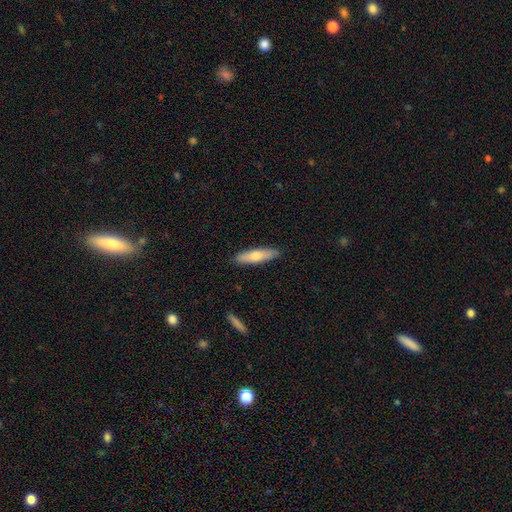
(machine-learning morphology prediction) Smooth or featured?
  - smooth: 62% *
  - featured or disk: 32%
  - star or artifact: 6%
How rounded?
  - cigar-shaped: 78% *
  - in between: 20%
  - round: 2%
Merging?
  - none: 90% *
  - minor disturbance: 8%
  - major disturbance: 1%
  - merger: 1%